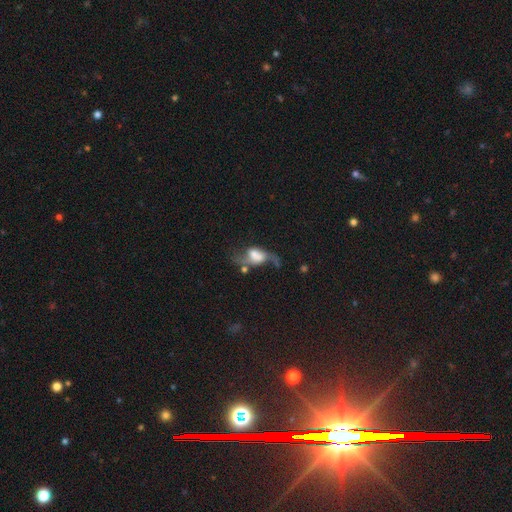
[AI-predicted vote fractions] The model was most divided on "bulge size": large: 31%, moderate: 23%, small: 18%, none: 17%, dominant: 11%. Remaining: edge-on disk — no (93%); spiral arm count — 2 (87%); spiral arms — yes (85%); spiral winding — loose (84%); smooth or featured — featured or disk (66%); bar — no (46%); merging — none (40%).